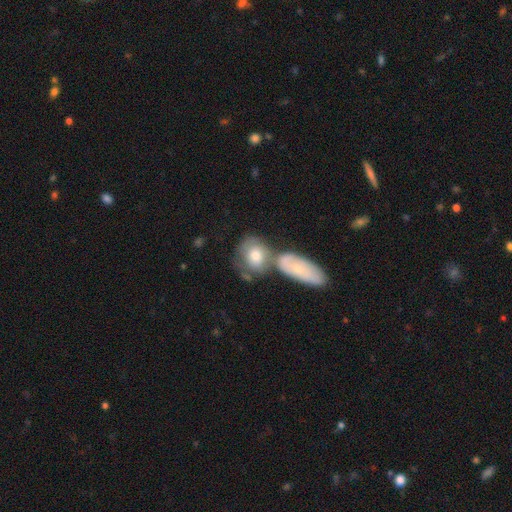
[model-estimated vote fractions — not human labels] Smooth or featured? smooth (62%)
How rounded? round (52%)
Merging? merger (47%)